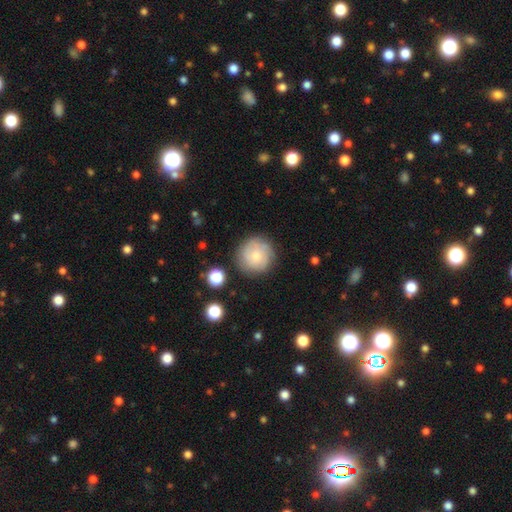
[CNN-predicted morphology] Smooth or featured? Predicted: smooth (p=0.57). How rounded? Predicted: round (p=0.94). Merging? Predicted: none (p=0.80).